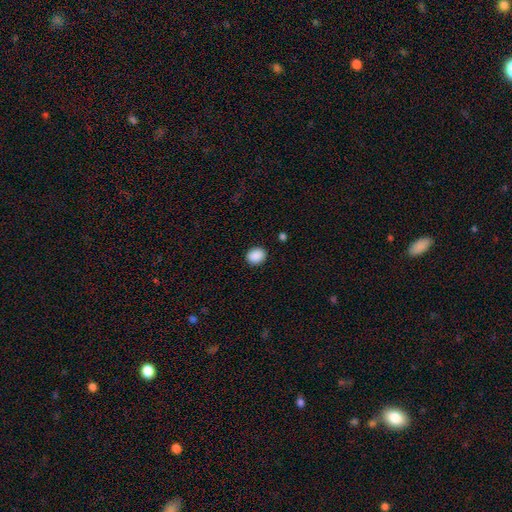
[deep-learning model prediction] Smooth or featured: smooth — 90% (star or artifact — 8%)
How rounded: round — 51% (in between — 49%)
Merging: none — 89% (minor disturbance — 8%)